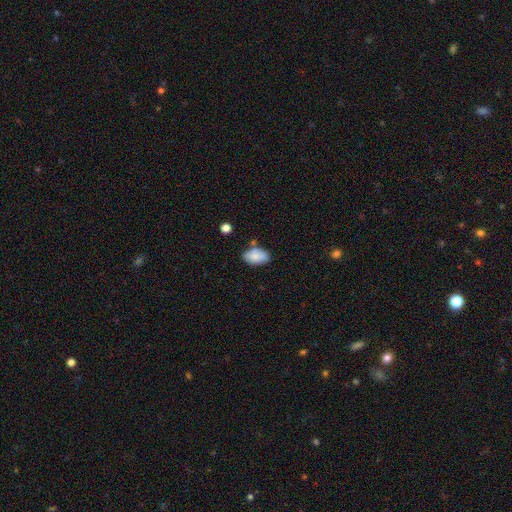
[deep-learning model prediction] This appears to be a smooth galaxy with no disk features (81%) that is in between round and cigar-shaped (92%). Merging: none (66%).